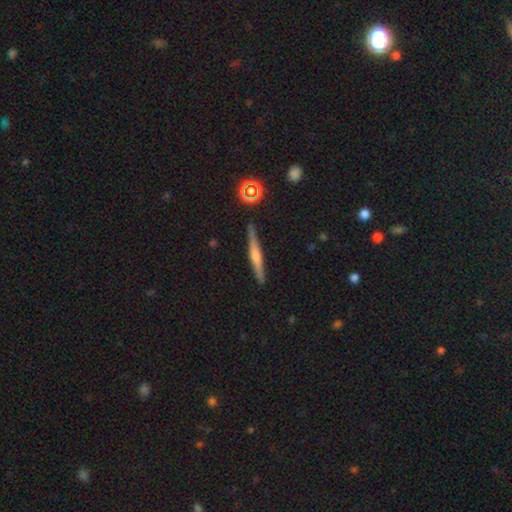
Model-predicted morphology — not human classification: A featured or disk galaxy (68%) viewed edge-on (98%) with a rounded central bulge (74%).

Vote fractions:
- Smooth or featured? featured or disk: 68% / smooth: 25% / star or artifact: 7%
- Edge-on disk? yes: 98% / no: 2%
- Edge-on bulge? rounded: 74% / none: 14% / boxy: 12%
- Merging? none: 90% / minor disturbance: 7% / major disturbance: 1% / merger: 1%